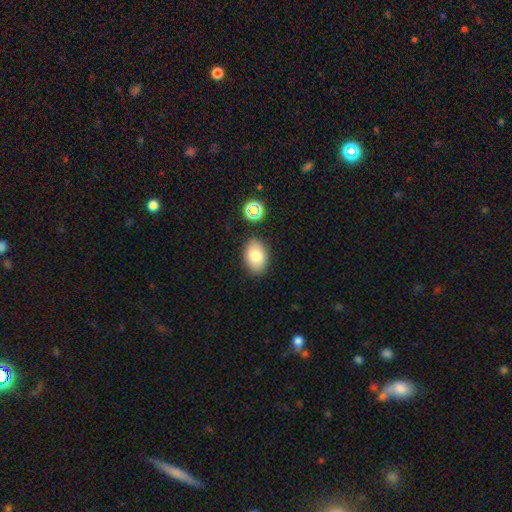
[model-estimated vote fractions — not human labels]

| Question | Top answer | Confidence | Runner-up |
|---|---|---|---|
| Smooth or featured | smooth | 82% | featured or disk (9%) |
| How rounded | in between | 86% | round (13%) |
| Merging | none | 85% | minor disturbance (10%) |